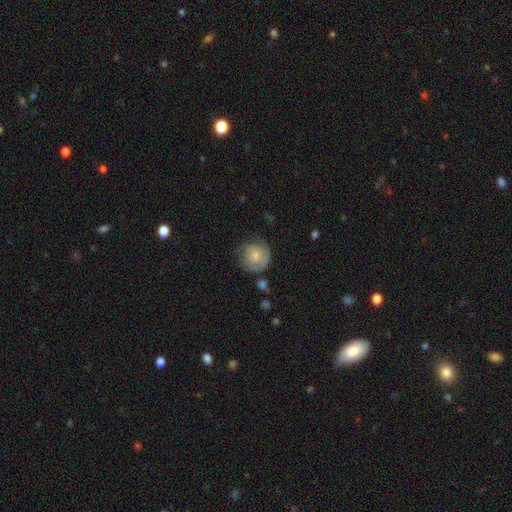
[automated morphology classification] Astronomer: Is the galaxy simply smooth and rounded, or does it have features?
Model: smooth — 68%.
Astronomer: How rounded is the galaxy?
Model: round — 88%.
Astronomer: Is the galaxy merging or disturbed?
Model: none — 59%.